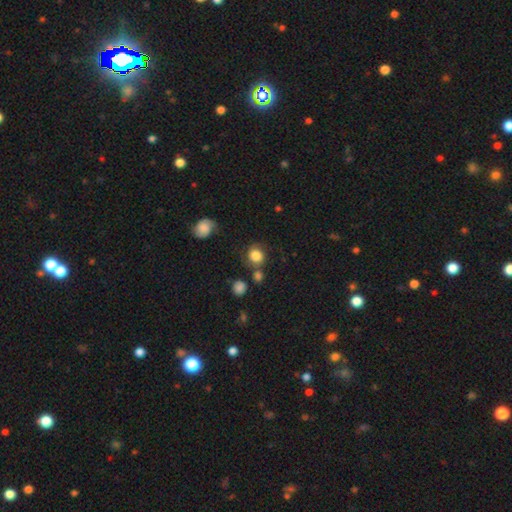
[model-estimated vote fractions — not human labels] Overall: smooth (80%). How rounded: round (81%). Merging: none (63%).